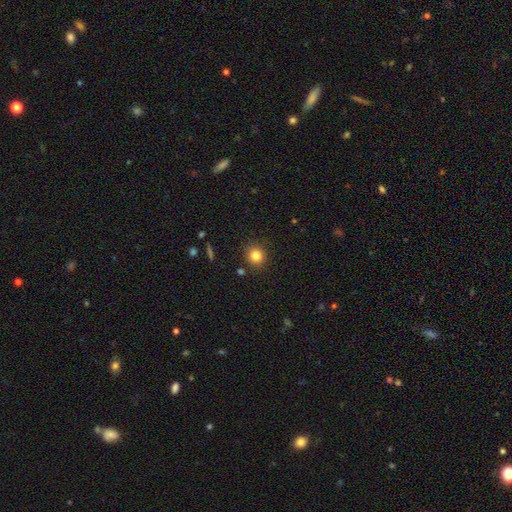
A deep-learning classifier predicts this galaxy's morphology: A smooth galaxy with no disk features (82%) that is round (89%). Merging: none (88%).